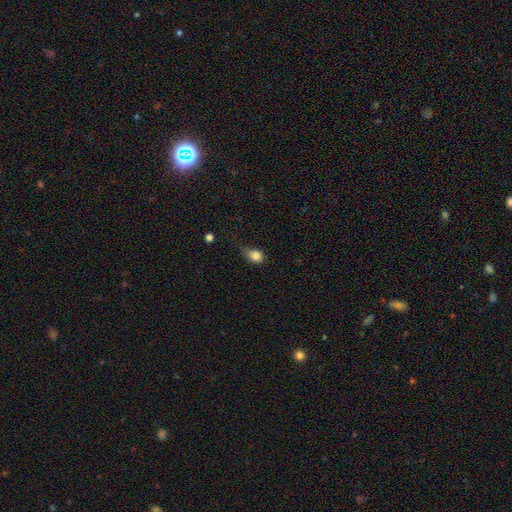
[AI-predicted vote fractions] Q: Smooth or featured?
A: smooth (81%); runner-up: star or artifact (10%)
Q: How rounded?
A: in between (52%); runner-up: round (45%)
Q: Merging?
A: minor disturbance (42%); runner-up: none (36%)